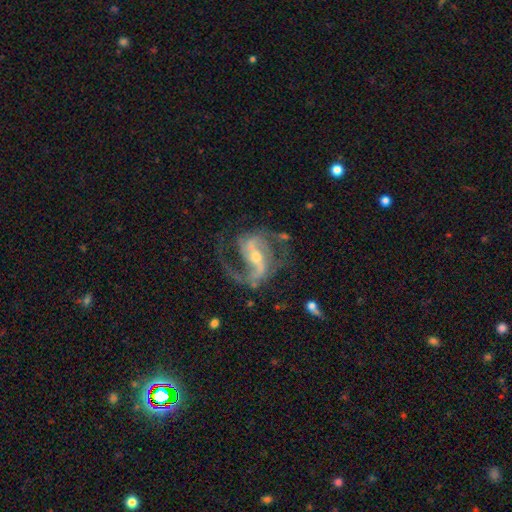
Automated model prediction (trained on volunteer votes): Morphology: type=featured or disk (89%); edge-on=no (97%); bar=strong (45%); spiral arms=yes (97%); winding=medium (52%); arm count=2 (79%); bulge=small (54%); merging=none (61%).